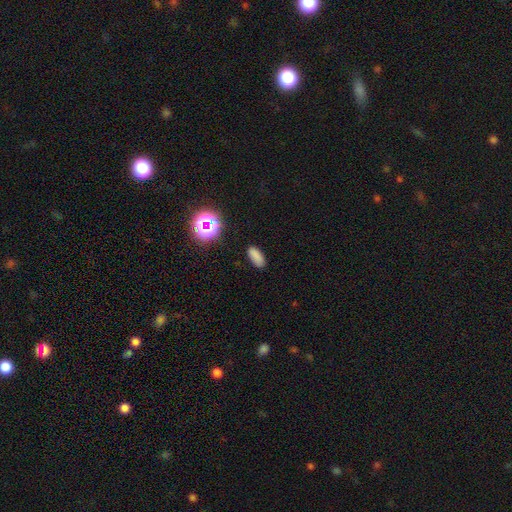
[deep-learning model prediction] This appears to be a smooth galaxy with no disk features (79%) that is in between round and cigar-shaped (80%). Merging: none (86%).